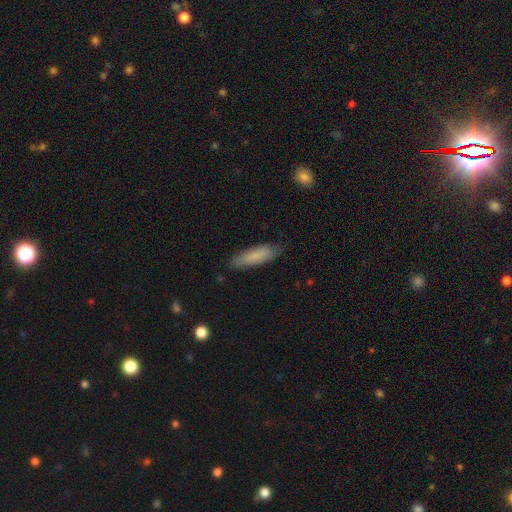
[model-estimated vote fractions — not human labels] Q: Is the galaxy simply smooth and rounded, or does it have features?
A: smooth — 81%.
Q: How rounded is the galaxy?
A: cigar-shaped — 63%.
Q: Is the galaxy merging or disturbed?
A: none — 82%.